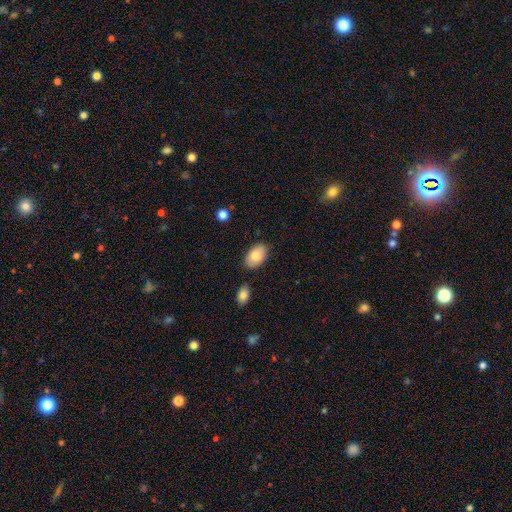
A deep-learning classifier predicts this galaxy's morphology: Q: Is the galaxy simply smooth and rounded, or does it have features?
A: smooth — 84%.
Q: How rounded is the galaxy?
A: in between — 93%.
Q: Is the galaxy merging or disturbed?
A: none — 80%.